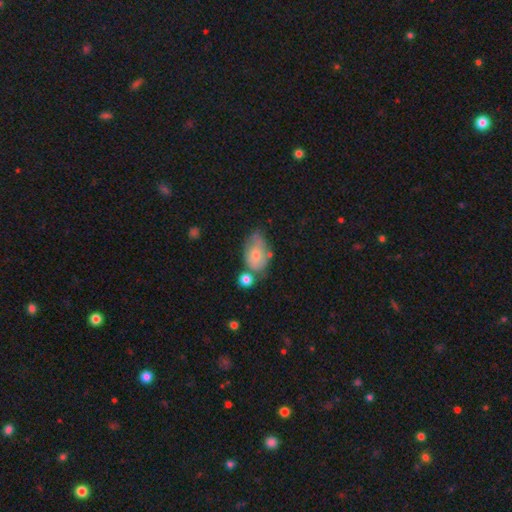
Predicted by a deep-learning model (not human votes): This is likely a smooth galaxy (64%). How rounded: clearly in between (87%). Merging: marginally none (40%).